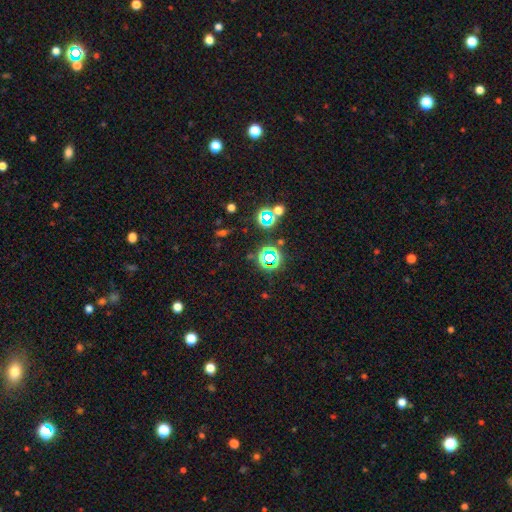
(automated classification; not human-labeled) Overall: star or artifact (71%).